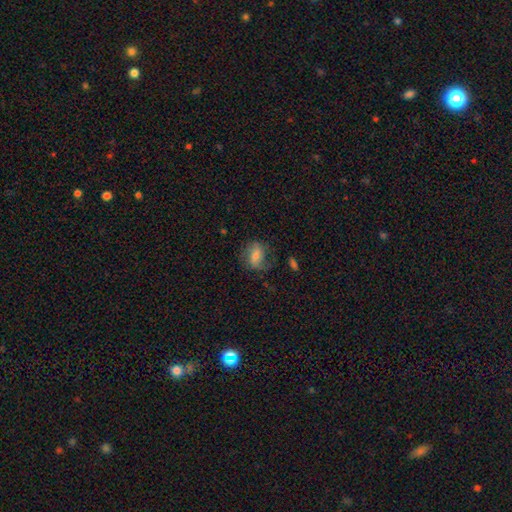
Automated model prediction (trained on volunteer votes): Smooth or featured?
  - smooth: 50% *
  - featured or disk: 40%
  - star or artifact: 10%
Merging?
  - none: 65% *
  - minor disturbance: 21%
  - major disturbance: 12%
  - merger: 2%